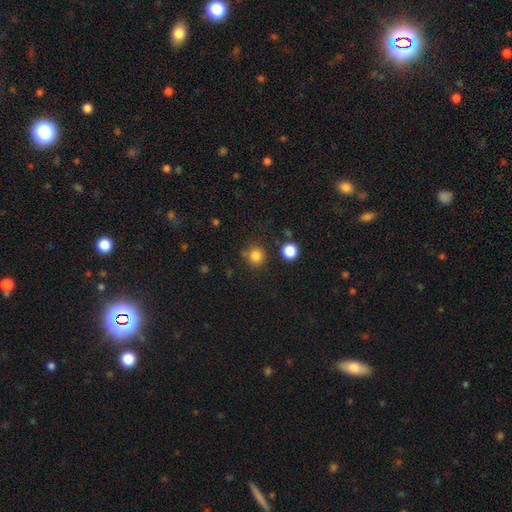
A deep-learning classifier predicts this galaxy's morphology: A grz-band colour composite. It shows a smooth galaxy with no disk features (83%) that is round (92%). Merging: none (81%).